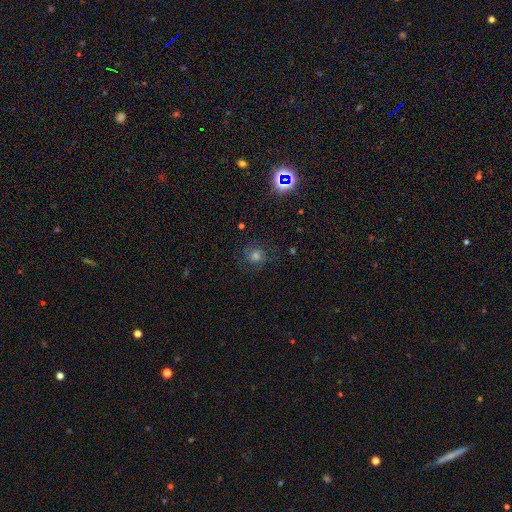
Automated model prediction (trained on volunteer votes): The model was most divided on "smooth or featured": smooth: 36%, featured or disk: 33%, star or artifact: 31%. More confident: merging — none (76%).